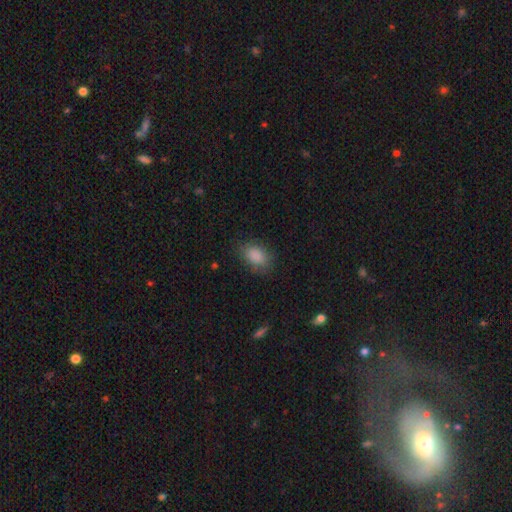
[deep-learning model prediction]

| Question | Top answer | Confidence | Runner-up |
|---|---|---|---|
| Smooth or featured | smooth | 87% | star or artifact (8%) |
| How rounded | in between | 79% | round (20%) |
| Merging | none | 80% | minor disturbance (14%) |